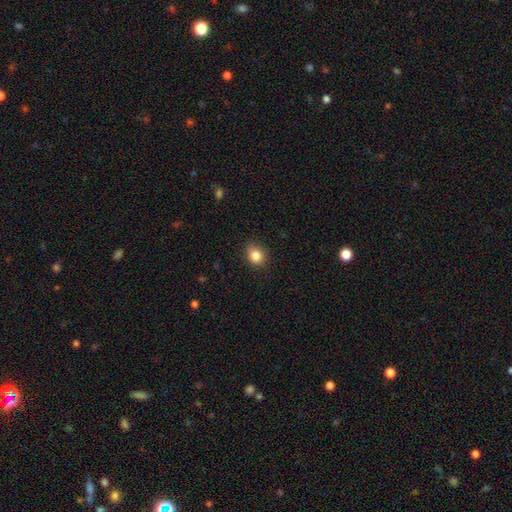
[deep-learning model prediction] Morphology: type=smooth (85%); roundness=round (68%); merging=none (85%).